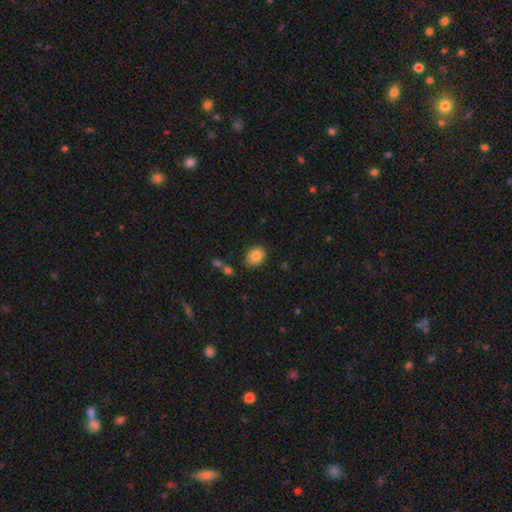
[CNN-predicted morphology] A smooth galaxy with no disk features (84%) that is in between round and cigar-shaped (56%). Merging: none (85%).